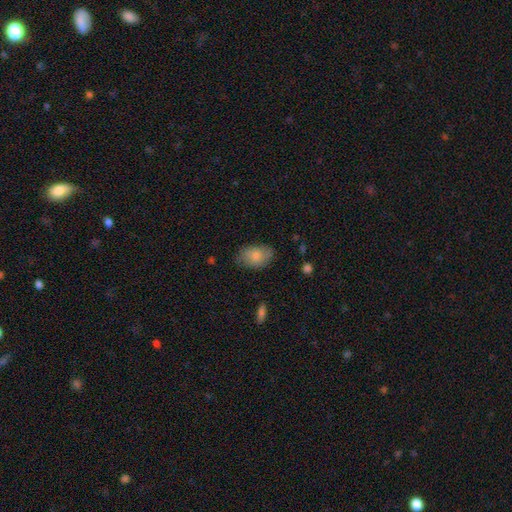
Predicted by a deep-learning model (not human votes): smooth_or_featured: smooth (p=0.82) [alt: featured or disk p=0.12]
how_rounded: in between (p=0.88) [alt: round p=0.10]
merging: none (p=0.74) [alt: minor disturbance p=0.20]